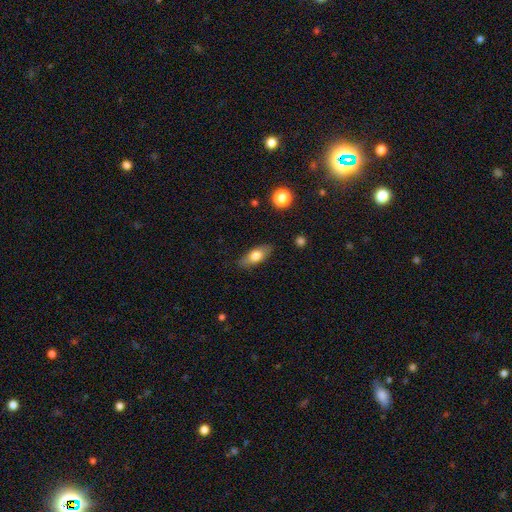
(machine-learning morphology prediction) This is likely a smooth galaxy (71%). How rounded: likely in between (77%). Merging: clearly none (83%).